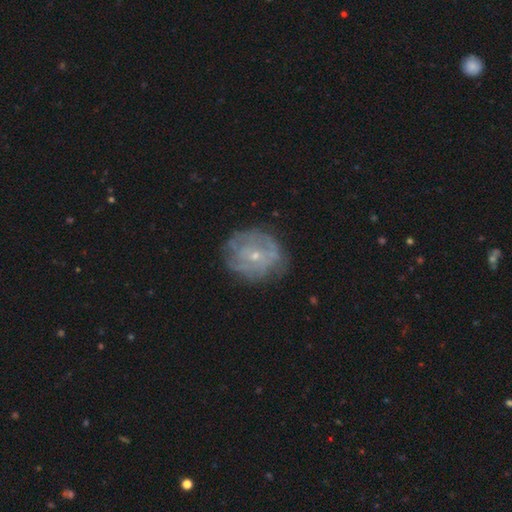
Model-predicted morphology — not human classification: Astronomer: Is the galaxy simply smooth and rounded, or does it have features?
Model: featured or disk — 66%.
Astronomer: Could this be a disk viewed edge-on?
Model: no — 97%.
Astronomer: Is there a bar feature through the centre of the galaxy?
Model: no — 75%.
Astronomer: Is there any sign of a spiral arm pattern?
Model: yes — 61% (runner-up: no, 39%).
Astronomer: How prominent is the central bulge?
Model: small — 76%.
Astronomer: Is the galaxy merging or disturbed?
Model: none — 70%.